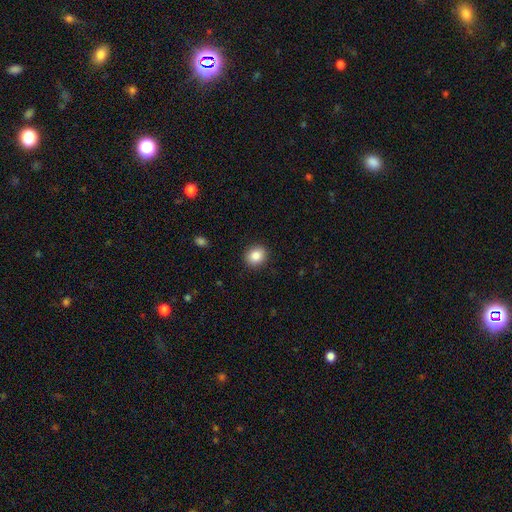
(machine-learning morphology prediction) smooth 86%, star or artifact 9%, featured or disk 5%. Down the decision tree: how rounded — round (70%); merging — none (90%).